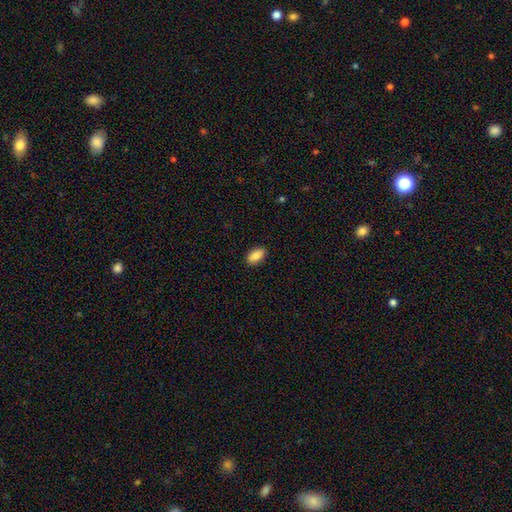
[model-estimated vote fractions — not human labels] The model was most divided on "smooth or featured": smooth: 86%, star or artifact: 7%, featured or disk: 6%. More confident: how rounded — in between (91%); merging — none (88%).